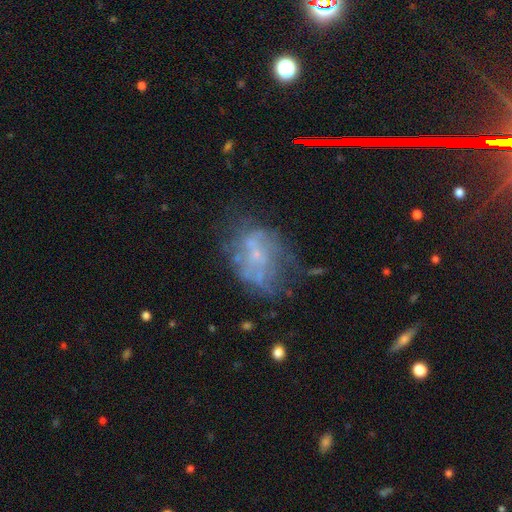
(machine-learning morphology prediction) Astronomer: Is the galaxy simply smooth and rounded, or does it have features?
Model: featured or disk — 55%.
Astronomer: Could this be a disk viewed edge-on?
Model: no — 96%.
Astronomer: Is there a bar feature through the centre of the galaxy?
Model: no — 82%.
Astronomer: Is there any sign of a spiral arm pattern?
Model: no — 80%.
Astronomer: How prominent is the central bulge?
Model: small — 50% (runner-up: none, 37%).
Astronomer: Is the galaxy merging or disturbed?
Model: none — 45% (runner-up: minor disturbance, 25%).